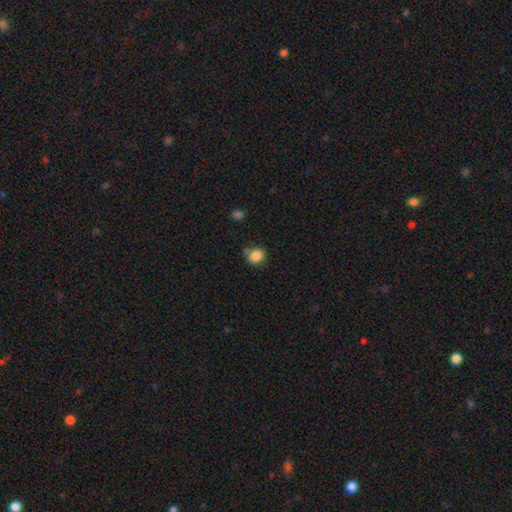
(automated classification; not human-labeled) Morphology: type=smooth (85%); roundness=round (77%); merging=none (67%).